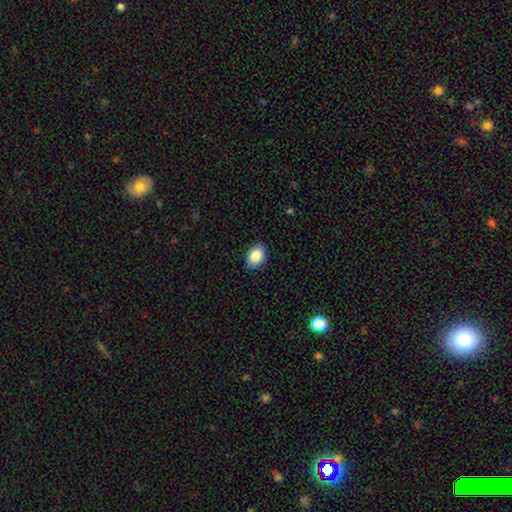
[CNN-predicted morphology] The model was most divided on "how rounded": in between: 72%, round: 27%, cigar-shaped: 1%. More confident: merging — none (87%); smooth or featured — smooth (87%).